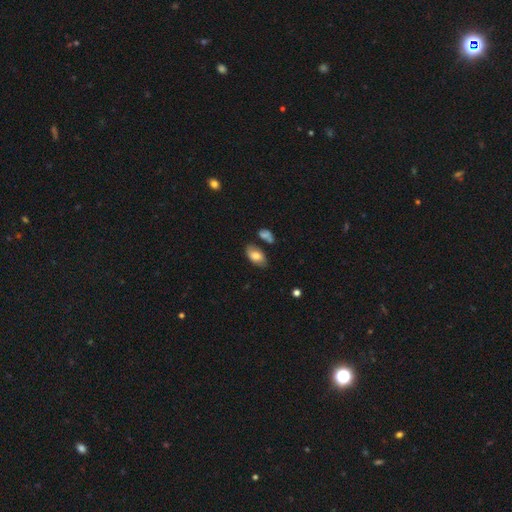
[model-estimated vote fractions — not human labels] smooth-or-featured: smooth: 72% | featured or disk: 20% | star or artifact: 7%
  how-rounded: in between: 93% | round: 5% | cigar-shaped: 2%
  merging: none: 66% | minor disturbance: 18% | merger: 11% | major disturbance: 5%